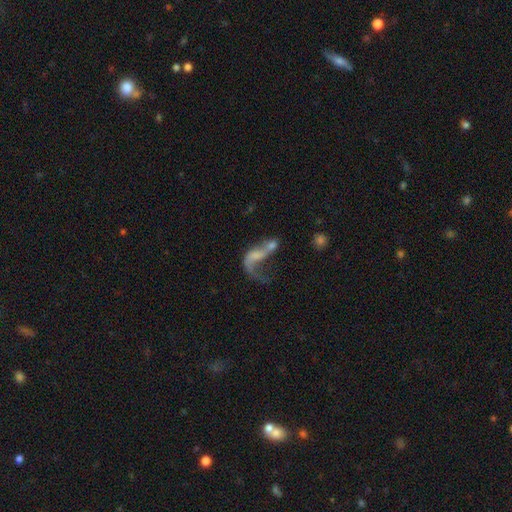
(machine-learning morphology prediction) Q: Smooth or featured?
A: featured or disk (59%); runner-up: smooth (30%)
Q: Edge-on disk?
A: no (95%); runner-up: yes (5%)
Q: Bar?
A: no (67%); runner-up: weak (25%)
Q: Spiral arms?
A: yes (58%); runner-up: no (42%)
Q: Bulge size?
A: none (48%); runner-up: small (27%)
Q: Merging?
A: merger (42%); runner-up: major disturbance (32%)